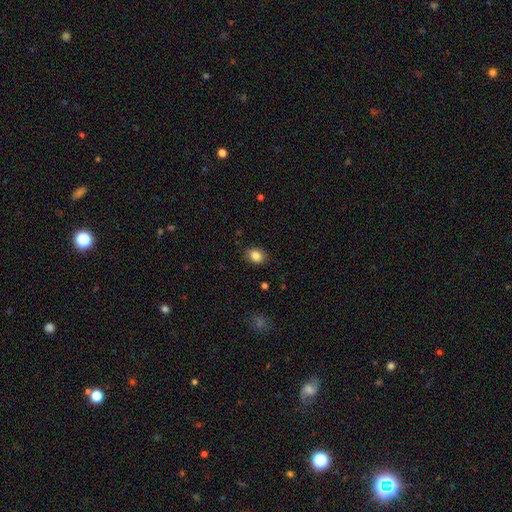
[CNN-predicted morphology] A smooth galaxy with no disk features (85%) that is in between round and cigar-shaped (64%). Merging: none (86%).